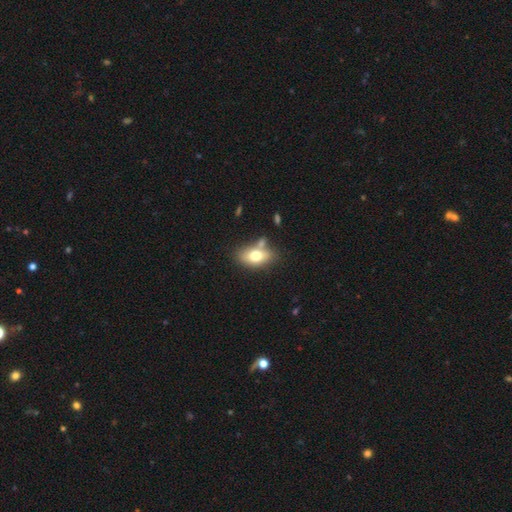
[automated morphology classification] Smooth or featured: smooth — 70% (featured or disk — 22%)
How rounded: in between — 85% (round — 11%)
Merging: none — 62% (merger — 17%)